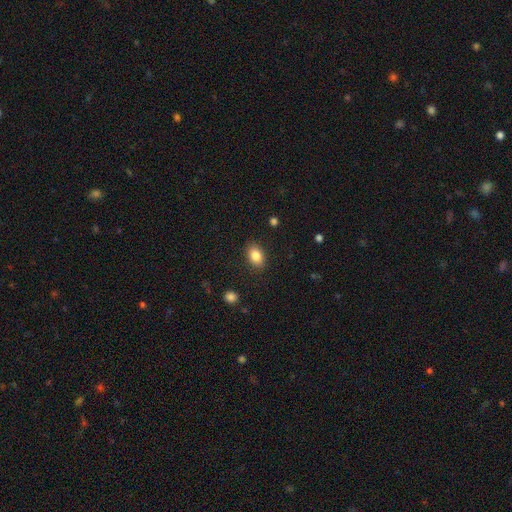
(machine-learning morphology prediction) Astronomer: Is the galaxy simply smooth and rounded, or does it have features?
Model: smooth — 85%.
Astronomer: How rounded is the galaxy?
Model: in between — 84%.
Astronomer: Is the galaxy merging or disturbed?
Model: none — 87%.